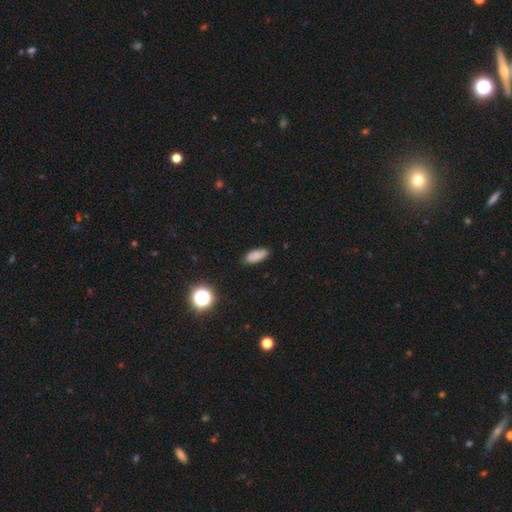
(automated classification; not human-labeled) The model was most divided on "how rounded": in between: 80%, cigar-shaped: 17%, round: 3%. More confident: merging — none (82%); smooth or featured — smooth (82%).